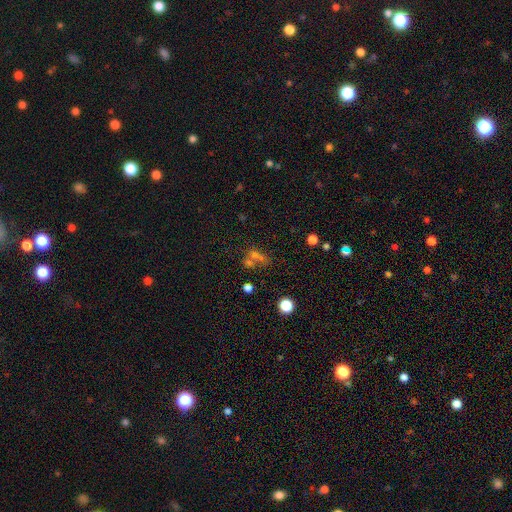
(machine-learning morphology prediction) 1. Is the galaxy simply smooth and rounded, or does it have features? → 47% smooth, 32% star or artifact, 21% featured or disk.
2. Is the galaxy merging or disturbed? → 45% merger, 39% none, 8% minor disturbance, 7% major disturbance.